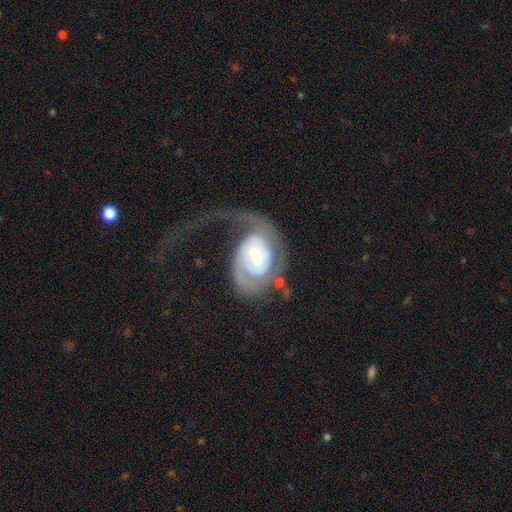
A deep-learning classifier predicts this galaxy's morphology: This appears to be a featured or disk galaxy (82%) with a weak bar (52%), 1 (48%) medium (35%) spiral arms (93%) and a moderate central bulge (39%). Merging: major disturbance (59%).